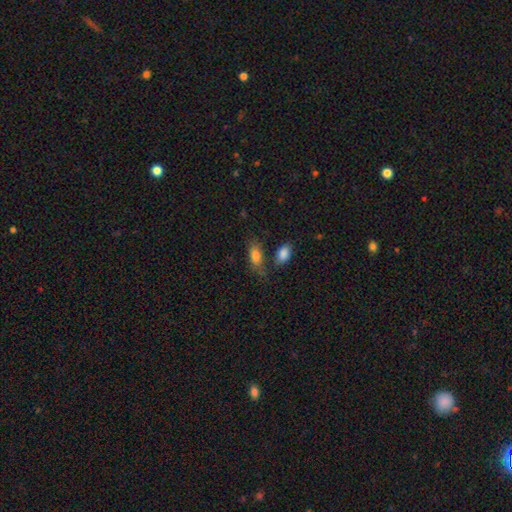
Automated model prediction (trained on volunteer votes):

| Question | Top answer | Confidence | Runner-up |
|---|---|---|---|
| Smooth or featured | smooth | 81% | featured or disk (10%) |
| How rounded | in between | 86% | cigar-shaped (9%) |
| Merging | none | 55% | minor disturbance (21%) |